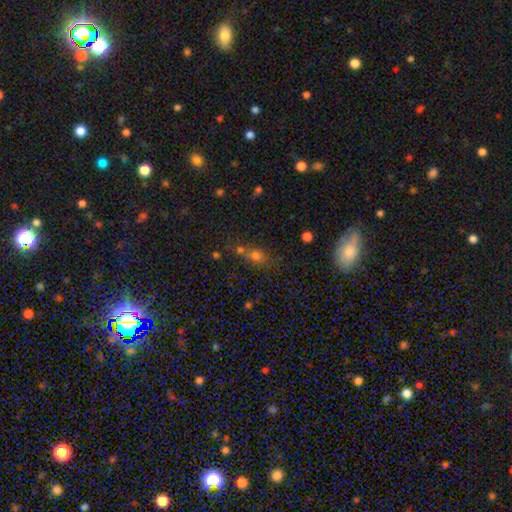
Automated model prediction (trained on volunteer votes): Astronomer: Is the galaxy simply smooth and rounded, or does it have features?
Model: smooth — 66%.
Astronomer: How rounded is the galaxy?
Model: in between — 48% (runner-up: round, 46%).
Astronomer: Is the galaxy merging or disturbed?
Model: none — 46% (runner-up: merger, 36%).